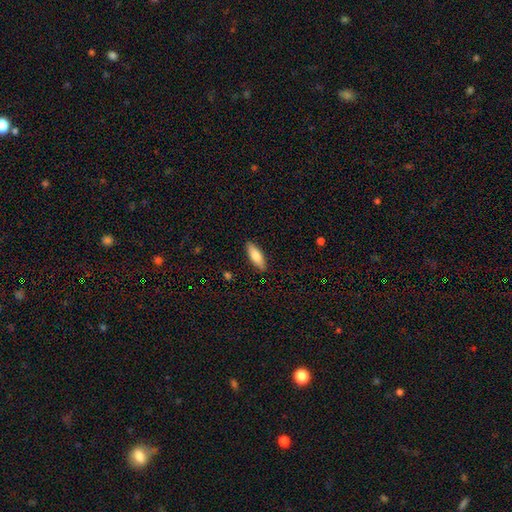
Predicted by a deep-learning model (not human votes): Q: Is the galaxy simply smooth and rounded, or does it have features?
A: smooth — 80%.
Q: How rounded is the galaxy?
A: in between — 63%.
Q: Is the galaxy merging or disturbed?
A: none — 88%.